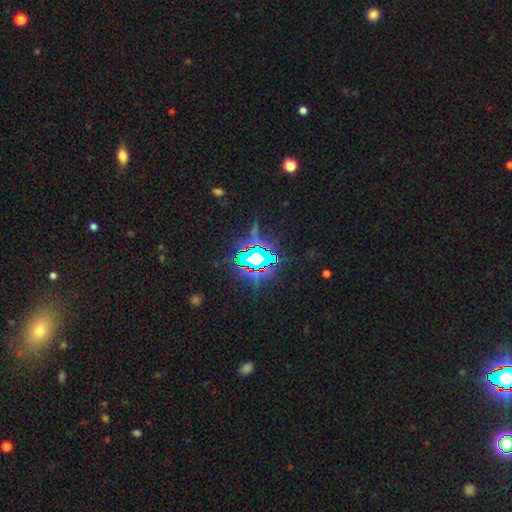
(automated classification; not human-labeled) Smooth or featured? star or artifact (78%)